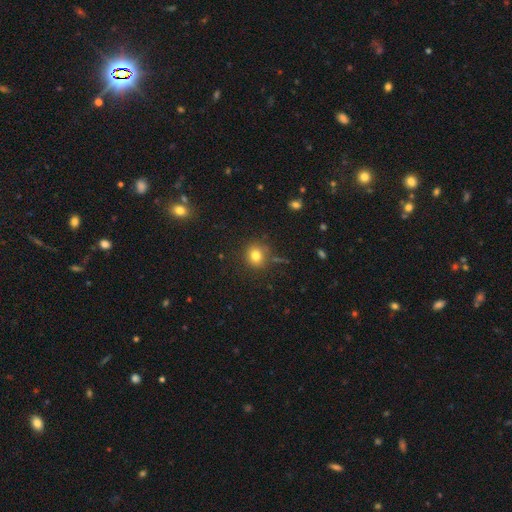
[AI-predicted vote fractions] This appears to be a smooth galaxy with no disk features (79%) that is round (84%). Merging: none (82%).